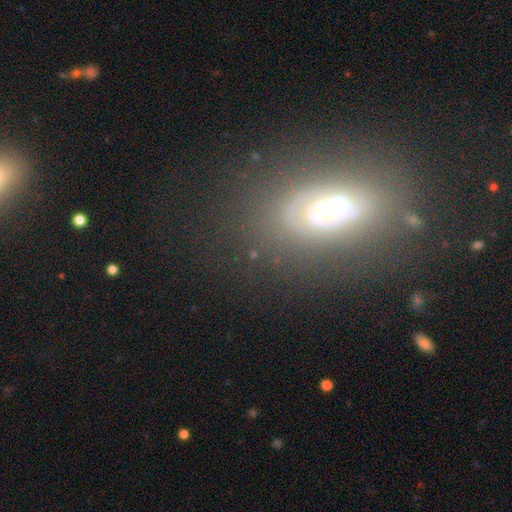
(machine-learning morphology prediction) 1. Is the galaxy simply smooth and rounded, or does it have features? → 47% featured or disk, 38% smooth, 15% star or artifact.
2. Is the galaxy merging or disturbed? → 71% none, 16% minor disturbance, 9% major disturbance, 4% merger.